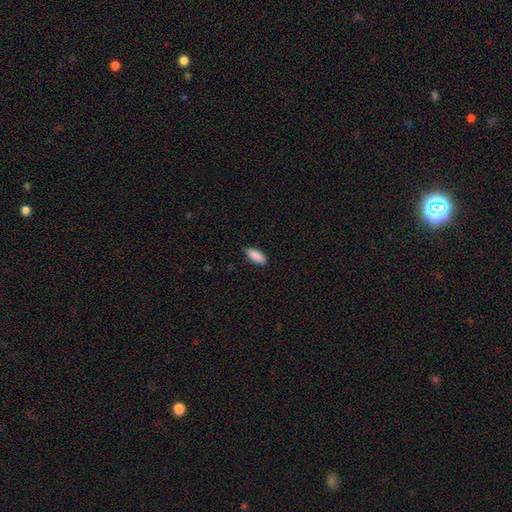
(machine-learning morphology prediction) type=smooth (89%); roundness=in between (76%); merging=none (84%).